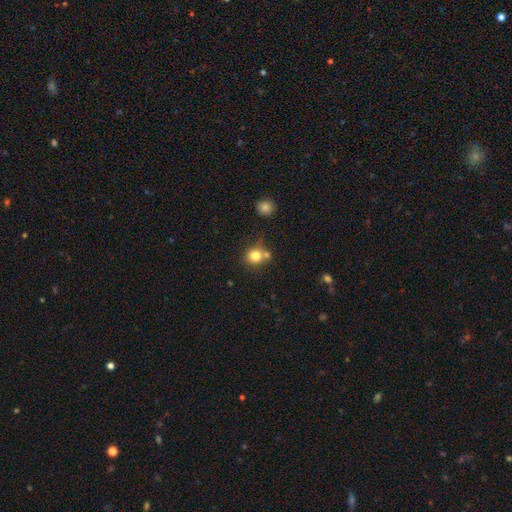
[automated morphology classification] smooth 79%, star or artifact 12%, featured or disk 9%. Down the decision tree: how rounded — round (85%); merging — none (60%).